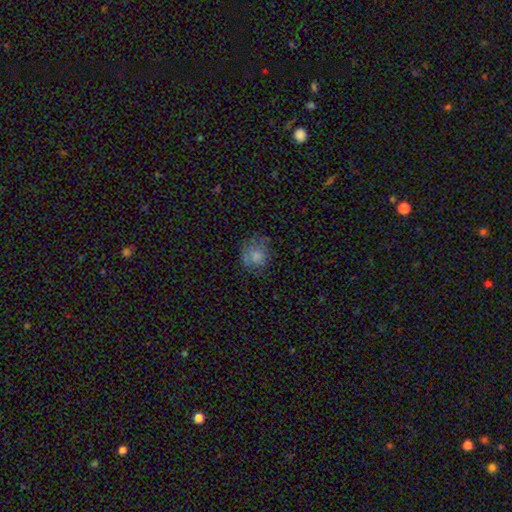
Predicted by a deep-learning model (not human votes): This appears to be a smooth galaxy with no disk features (77%) that is round (82%). Merging: none (66%).